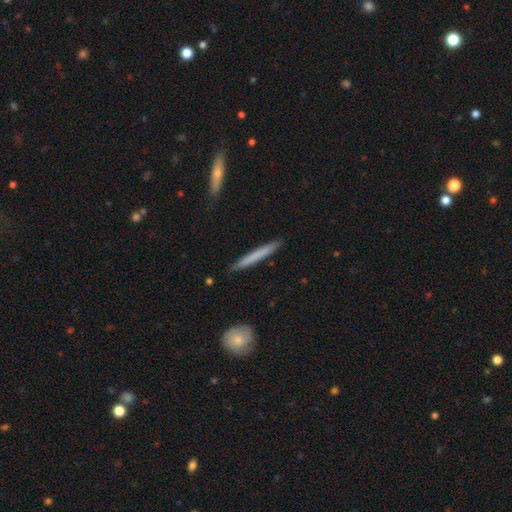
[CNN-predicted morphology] smooth_or_featured: smooth (p=0.63) [alt: featured or disk p=0.32]
how_rounded: cigar-shaped (p=0.96) [alt: in between p=0.02]
merging: none (p=0.89) [alt: minor disturbance p=0.08]